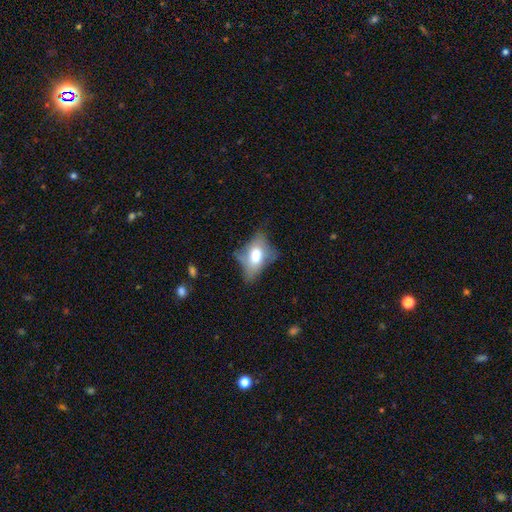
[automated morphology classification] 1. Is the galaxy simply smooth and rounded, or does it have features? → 58% smooth, 32% featured or disk, 10% star or artifact.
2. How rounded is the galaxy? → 86% in between, 9% round, 4% cigar-shaped.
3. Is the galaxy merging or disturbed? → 34% none, 31% minor disturbance, 30% major disturbance, 4% merger.